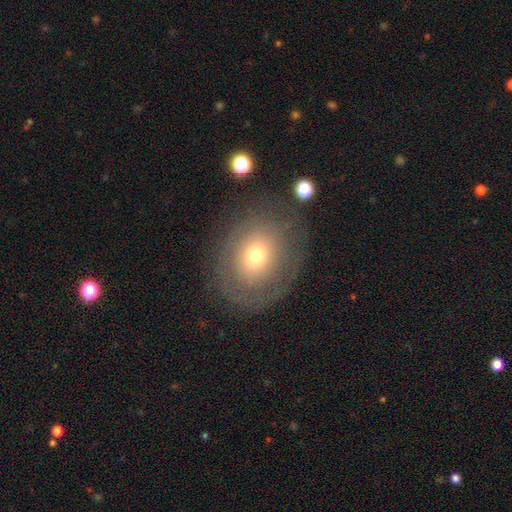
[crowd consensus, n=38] featured or disk 61%, smooth 37%, star or artifact 3%. Down the decision tree: edge-on disk — no (83%); bar — no (79%); spiral arms — no (53%); bulge size — small (63%); merging — none (78%).